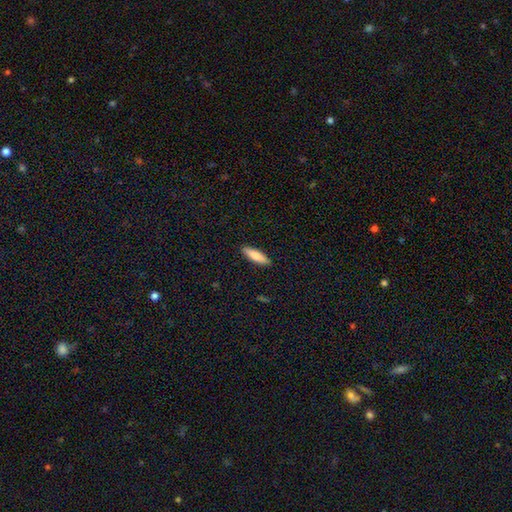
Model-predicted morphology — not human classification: A smooth galaxy with no disk features (80%) that is cigar-shaped (64%). Merging: none (90%).